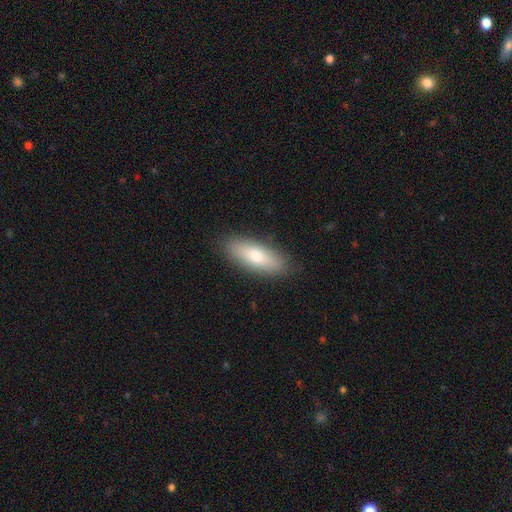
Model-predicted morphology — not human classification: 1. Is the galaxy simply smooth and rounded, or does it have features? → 76% smooth, 18% featured or disk, 6% star or artifact.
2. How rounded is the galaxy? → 66% in between, 32% cigar-shaped, 2% round.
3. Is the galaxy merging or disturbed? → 88% none, 9% minor disturbance, 2% major disturbance, 1% merger.